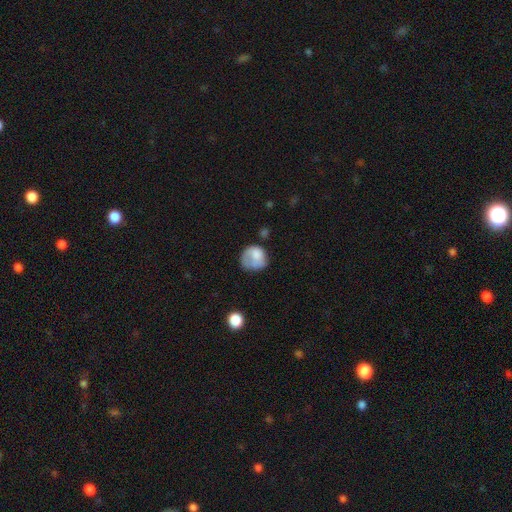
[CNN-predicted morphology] This appears to be a smooth galaxy with no disk features (70%) that is round (75%). Merging: none (43%).